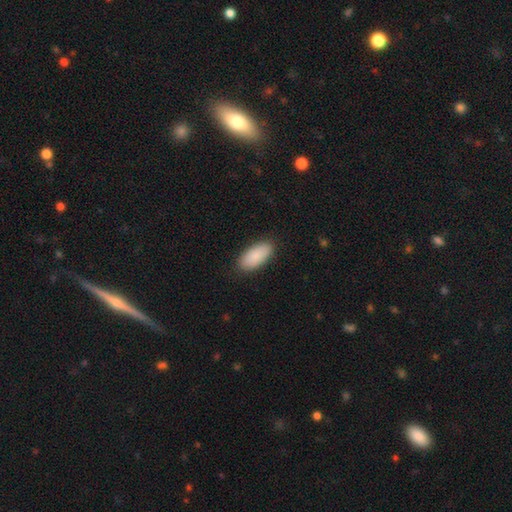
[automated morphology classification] The model was most divided on "merging": none: 87%, minor disturbance: 10%, major disturbance: 2%, merger: 1%. More confident: how rounded — in between (92%); smooth or featured — smooth (89%).